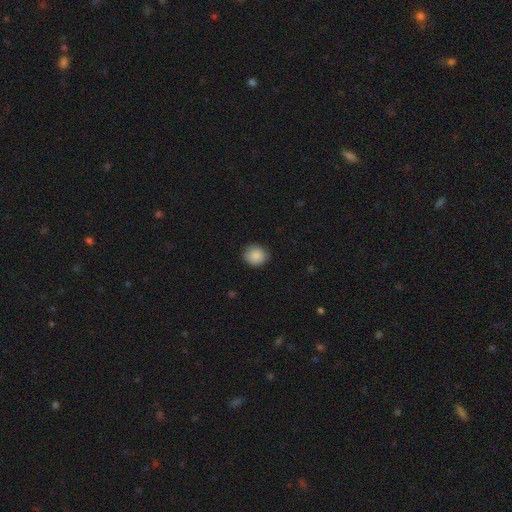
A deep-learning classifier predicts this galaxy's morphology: This appears to be a smooth galaxy with no disk features (88%) that is round (86%). Merging: none (86%).